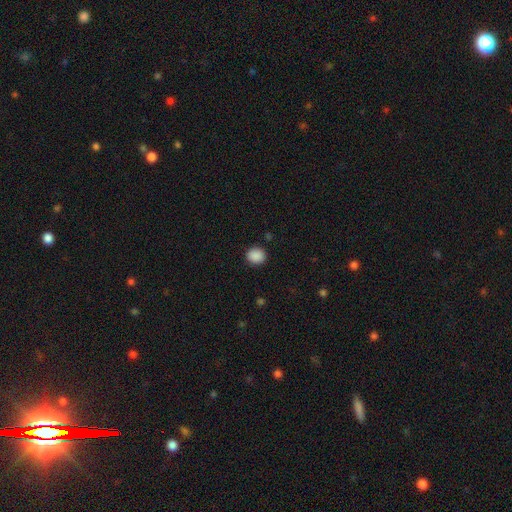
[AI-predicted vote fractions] smooth-or-featured: smooth: 89% | star or artifact: 8% | featured or disk: 2%
  how-rounded: round: 72% | in between: 27% | cigar-shaped: 1%
  merging: none: 90% | minor disturbance: 7% | major disturbance: 2% | merger: 1%